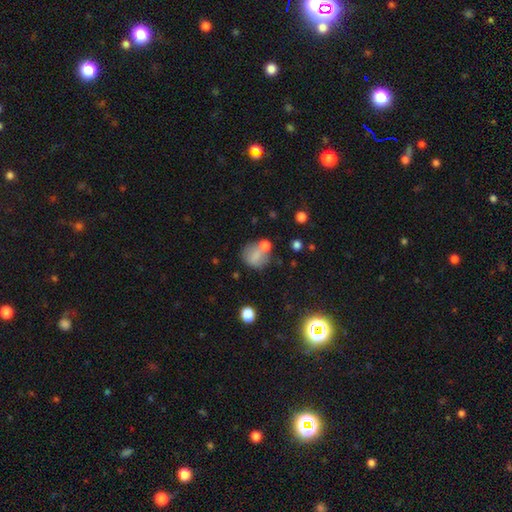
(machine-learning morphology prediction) A smooth galaxy with no disk features (73%) that is round (75%). Merging: none (53%).